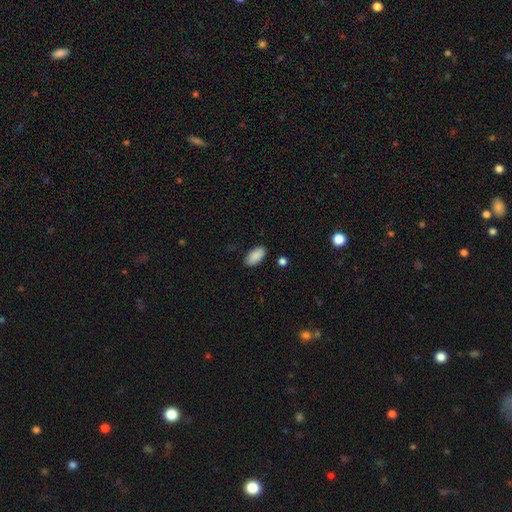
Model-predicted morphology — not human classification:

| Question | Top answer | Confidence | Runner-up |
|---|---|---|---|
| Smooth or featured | smooth | 89% | star or artifact (7%) |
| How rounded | in between | 94% | cigar-shaped (4%) |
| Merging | none | 84% | minor disturbance (11%) |